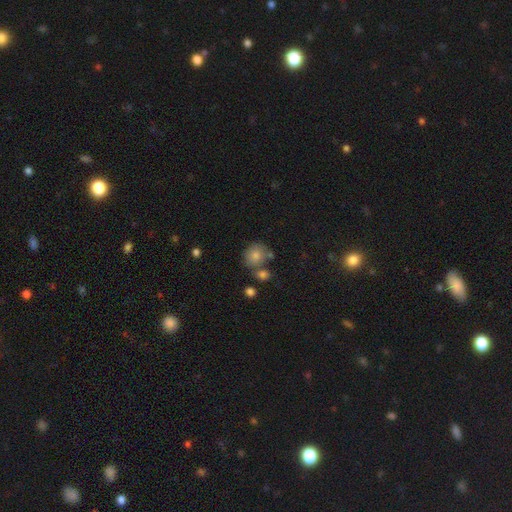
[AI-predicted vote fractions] Smooth or featured? smooth (79%)
How rounded? round (81%)
Merging? none (61%)